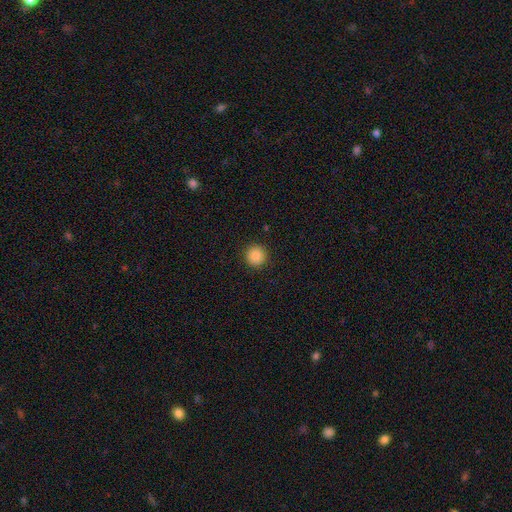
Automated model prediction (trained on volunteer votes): Smooth or featured?
  - smooth: 87% *
  - star or artifact: 10%
  - featured or disk: 3%
How rounded?
  - round: 95% *
  - in between: 4%
  - cigar-shaped: 1%
Merging?
  - none: 93% *
  - minor disturbance: 4%
  - major disturbance: 2%
  - merger: 1%